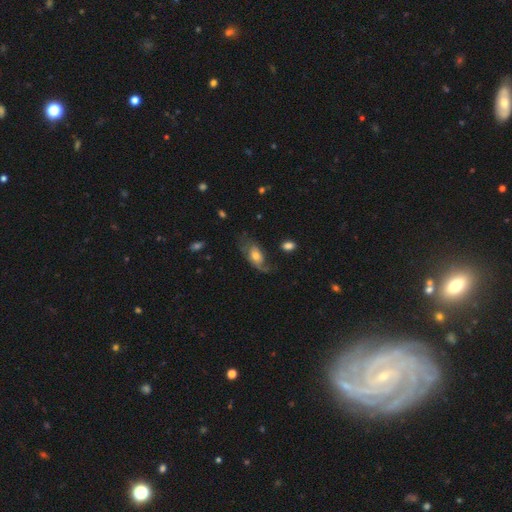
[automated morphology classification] A featured or disk galaxy (48%). Merging: none (40%).